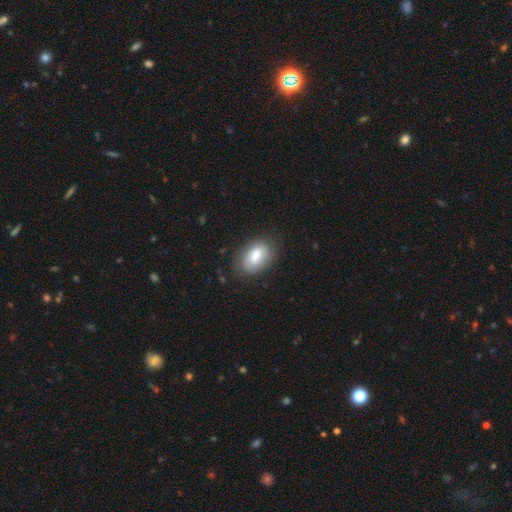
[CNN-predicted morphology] Smooth or featured?
  - smooth: 77% *
  - featured or disk: 16%
  - star or artifact: 7%
How rounded?
  - in between: 90% *
  - round: 8%
  - cigar-shaped: 2%
Merging?
  - none: 76% *
  - minor disturbance: 17%
  - major disturbance: 5%
  - merger: 1%